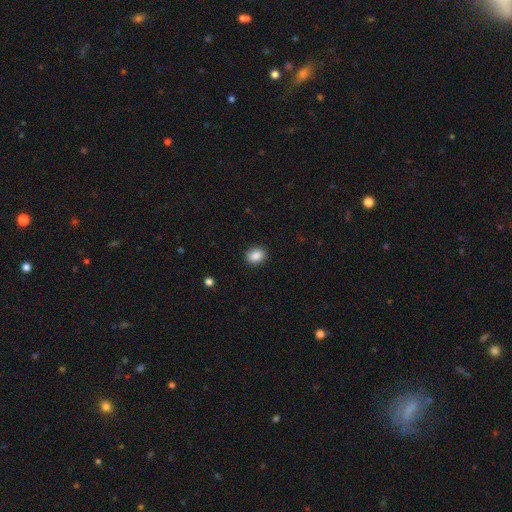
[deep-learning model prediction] Morphology: type=smooth (88%); roundness=in between (58%); merging=none (90%).